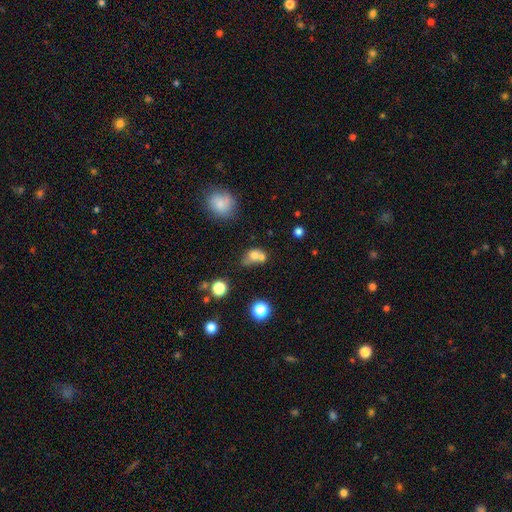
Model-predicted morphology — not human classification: smooth 70%, featured or disk 17%, star or artifact 13%. Down the decision tree: how rounded — round (49%, tied with in between); merging — merger (55%).